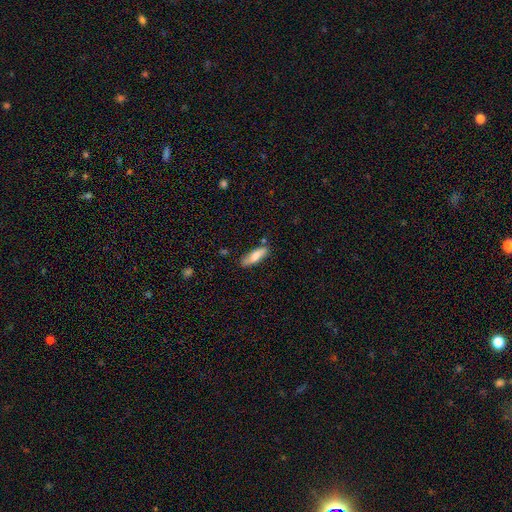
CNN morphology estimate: Overall: smooth (73%). How rounded: in between (53%; cigar-shaped 45%). Merging: none (75%).